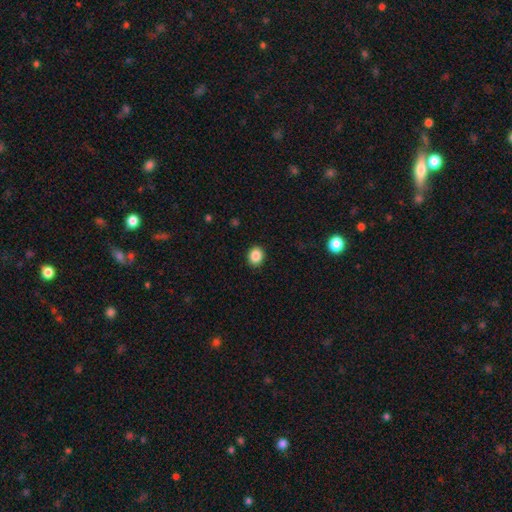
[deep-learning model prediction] smooth_or_featured: smooth (p=0.87) [alt: star or artifact p=0.09]
how_rounded: round (p=0.60) [alt: in between p=0.39]
merging: none (p=0.91) [alt: minor disturbance p=0.06]